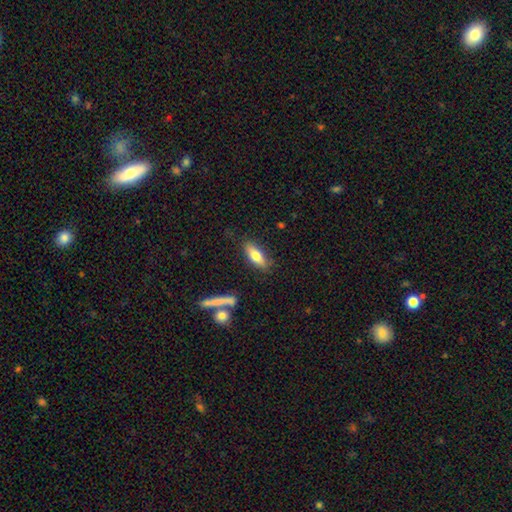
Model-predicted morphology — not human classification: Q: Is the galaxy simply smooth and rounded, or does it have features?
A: smooth — 71%.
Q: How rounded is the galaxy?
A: in between — 64%.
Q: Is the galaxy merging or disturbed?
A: none — 80%.